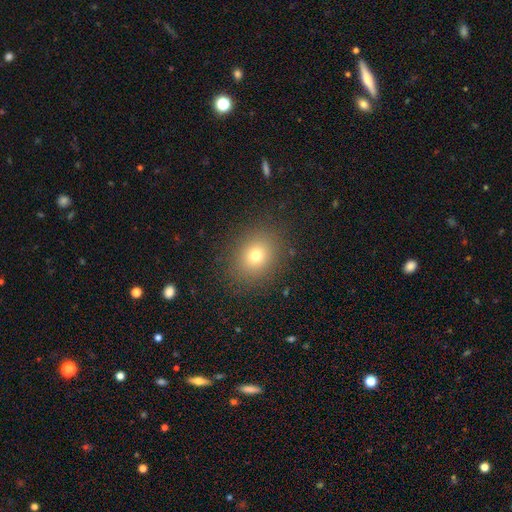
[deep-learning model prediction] A smooth galaxy with no disk features (74%) that is round (56%).

Vote fractions:
- Smooth or featured? smooth: 74% / star or artifact: 15% / featured or disk: 11%
- How rounded? round: 56% / in between: 43% / cigar-shaped: 1%
- Merging? none: 87% / minor disturbance: 8% / major disturbance: 4% / merger: 1%